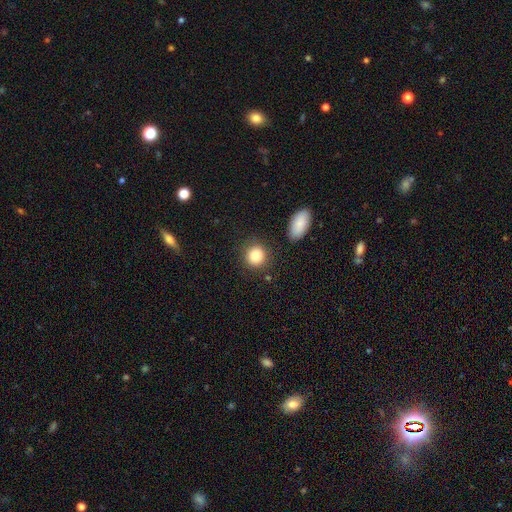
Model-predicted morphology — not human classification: type=smooth (87%); roundness=round (85%); merging=none (83%).